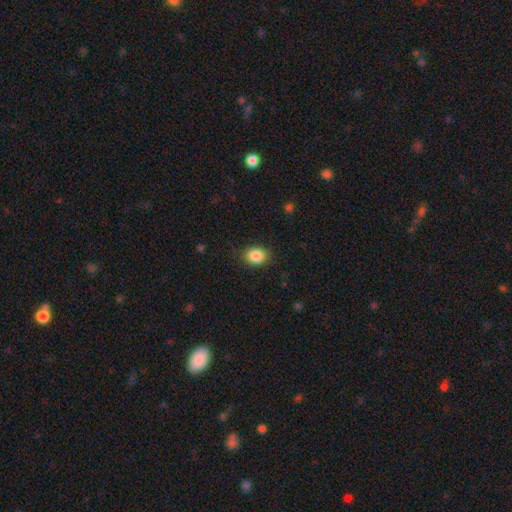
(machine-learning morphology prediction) This is clearly a smooth galaxy (87%). How rounded: possibly in between (53%). Merging: clearly none (84%).